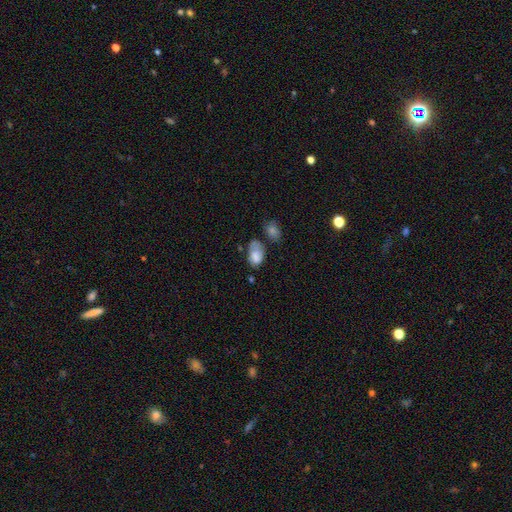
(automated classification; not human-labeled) Smooth or featured? Predicted: smooth (p=0.78). How rounded? Predicted: in between (p=0.89). Merging? Predicted: none (p=0.36).